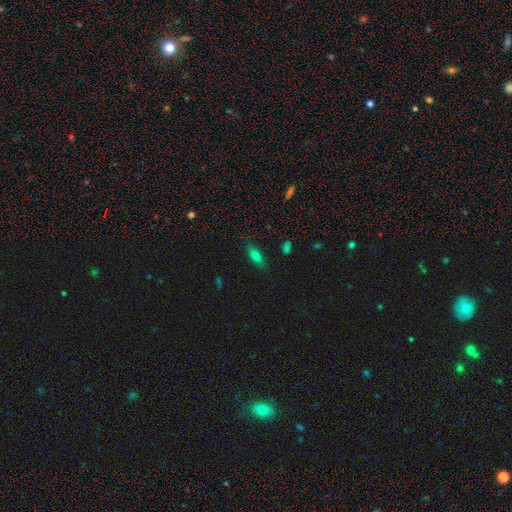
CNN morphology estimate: Q: Smooth or featured?
A: smooth (66%); runner-up: featured or disk (23%)
Q: How rounded?
A: in between (63%); runner-up: cigar-shaped (33%)
Q: Merging?
A: none (83%); runner-up: minor disturbance (12%)